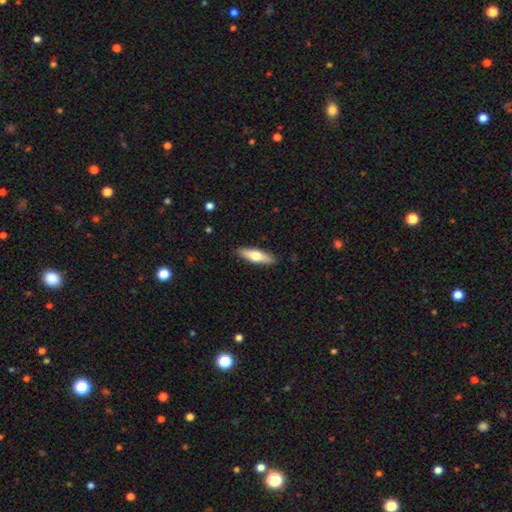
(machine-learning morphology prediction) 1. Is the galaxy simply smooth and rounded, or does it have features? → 57% smooth, 38% featured or disk, 5% star or artifact.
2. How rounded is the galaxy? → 58% cigar-shaped, 40% in between, 2% round.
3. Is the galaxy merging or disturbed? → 89% none, 8% minor disturbance, 2% major disturbance, 1% merger.